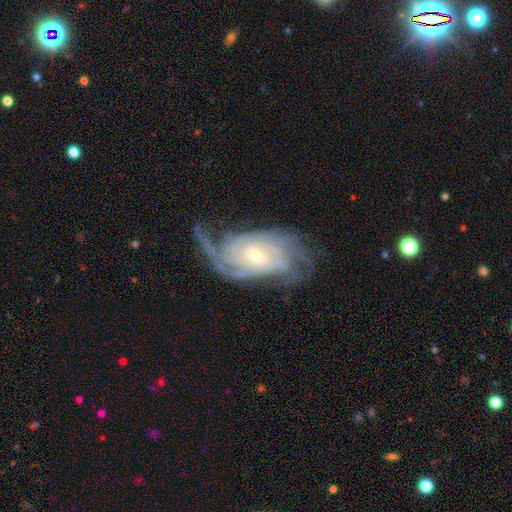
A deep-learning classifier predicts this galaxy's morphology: Smooth or featured?
  - featured or disk: 91% *
  - star or artifact: 5%
  - smooth: 4%
Edge-on disk?
  - no: 96% *
  - yes: 4%
Bar?
  - no: 63% *
  - weak: 27%
  - strong: 10%
Spiral arms?
  - yes: 98% *
  - no: 2%
Spiral winding?
  - tight: 71% *
  - medium: 24%
  - loose: 5%
Spiral arm count?
  - 4: 25% *
  - can't tell: 21%
  - 3: 20%
  - 2: 17%
  - more than 4: 11%
  - 1: 7%
Bulge size?
  - small: 67% *
  - moderate: 29%
  - large: 2%
  - none: 1%
  - dominant: 1%
Merging?
  - none: 65% *
  - minor disturbance: 20%
  - major disturbance: 13%
  - merger: 2%